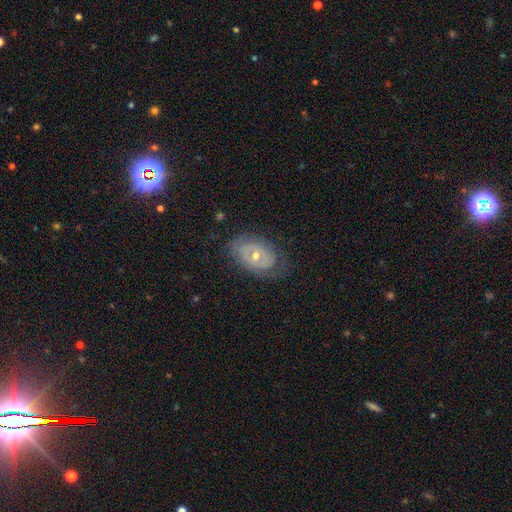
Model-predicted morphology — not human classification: smooth-or-featured: featured or disk: 70% | smooth: 23% | star or artifact: 7%
  disk-edge-on: no: 94% | yes: 6%
    bar: no: 75% | weak: 19% | strong: 6%
    has-spiral-arms: yes: 56% | no: 44%
    bulge-size: moderate: 53% | small: 43% | large: 2% | none: 1% | dominant: 1%
  merging: none: 71% | minor disturbance: 19% | major disturbance: 9% | merger: 1%